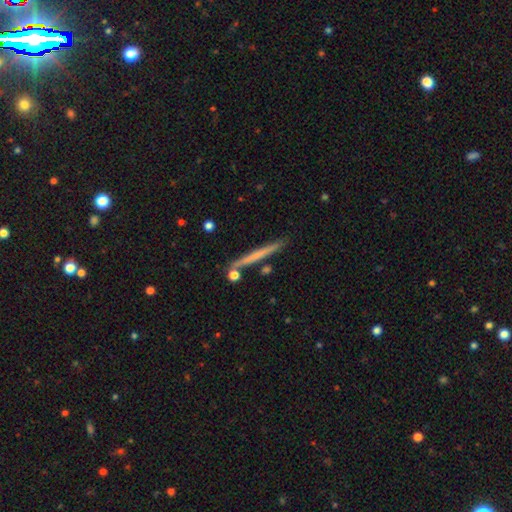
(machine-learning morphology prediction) This appears to be a smooth galaxy with no disk features (52%) that is cigar-shaped (96%). Merging: none (86%).